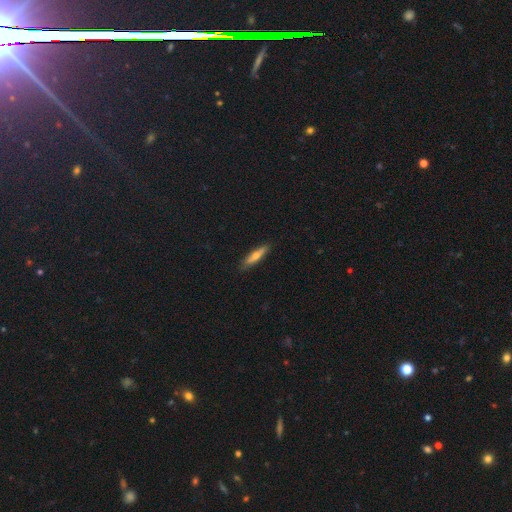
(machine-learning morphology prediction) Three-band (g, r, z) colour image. It shows a smooth galaxy with no disk features (53%) that is cigar-shaped (85%). Merging: none (88%).